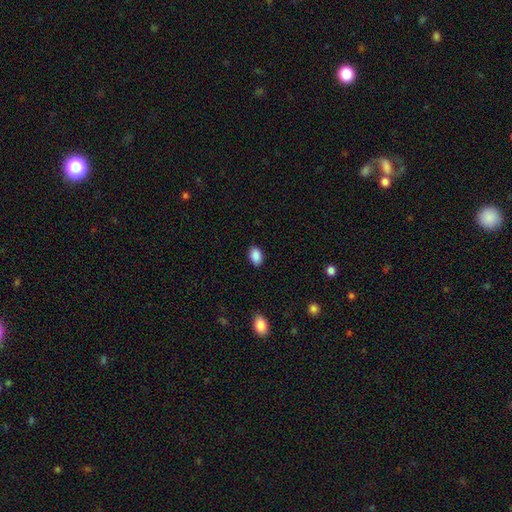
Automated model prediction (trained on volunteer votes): Morphology: type=smooth (89%); roundness=in between (88%); merging=none (87%).